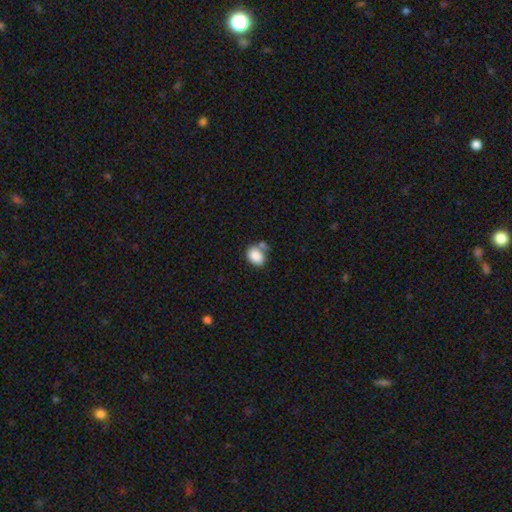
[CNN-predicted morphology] type=smooth (86%); roundness=in between (69%); merging=none (48%).